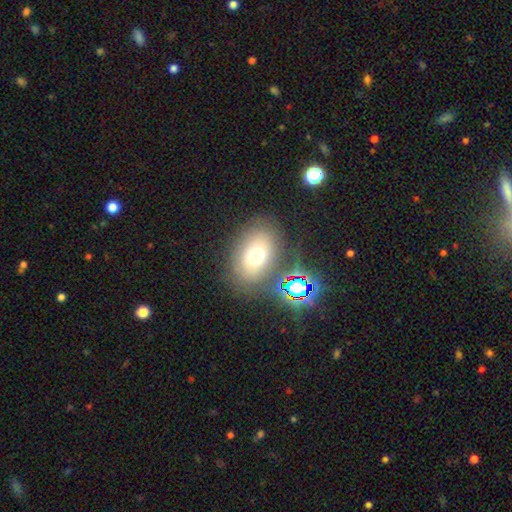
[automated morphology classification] This appears to be a smooth galaxy with no disk features (64%) that is in between round and cigar-shaped (71%). Merging: none (78%).